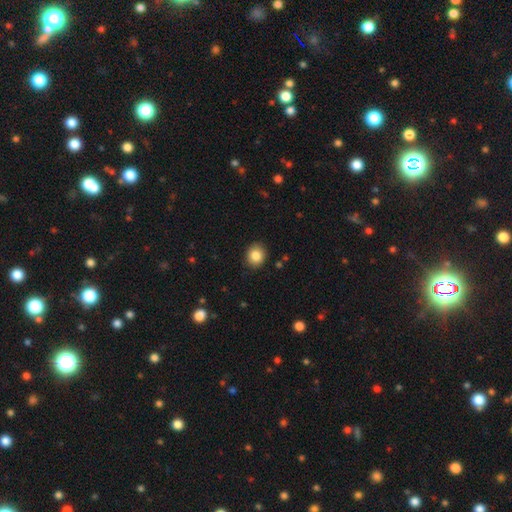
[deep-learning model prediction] The model was most divided on "how rounded": round: 76%, in between: 24%, cigar-shaped: 1%. More confident: merging — none (89%); smooth or featured — smooth (85%).